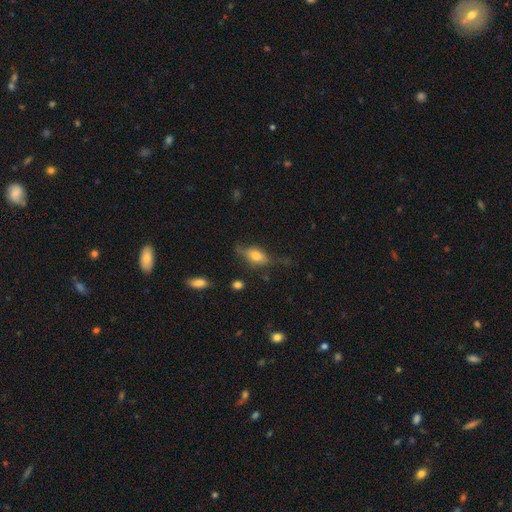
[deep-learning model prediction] Smooth or featured?
  - smooth: 55% *
  - featured or disk: 36%
  - star or artifact: 9%
How rounded?
  - in between: 75% *
  - cigar-shaped: 15%
  - round: 10%
Merging?
  - none: 54% *
  - minor disturbance: 29%
  - major disturbance: 15%
  - merger: 2%